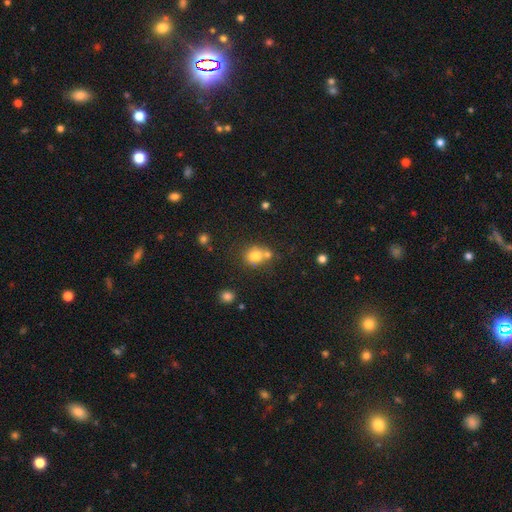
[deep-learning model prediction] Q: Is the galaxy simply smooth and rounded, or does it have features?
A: smooth — 77%.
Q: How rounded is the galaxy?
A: round — 77%.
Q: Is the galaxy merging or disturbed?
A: none — 49%.